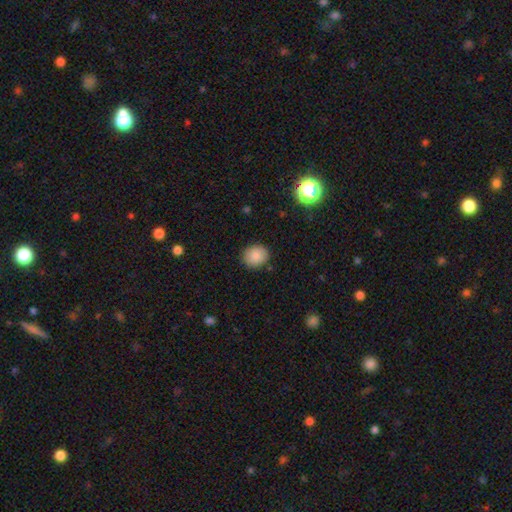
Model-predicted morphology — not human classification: Smooth or featured? Predicted: smooth (p=0.85). How rounded? Predicted: round (p=0.74). Merging? Predicted: none (p=0.87).